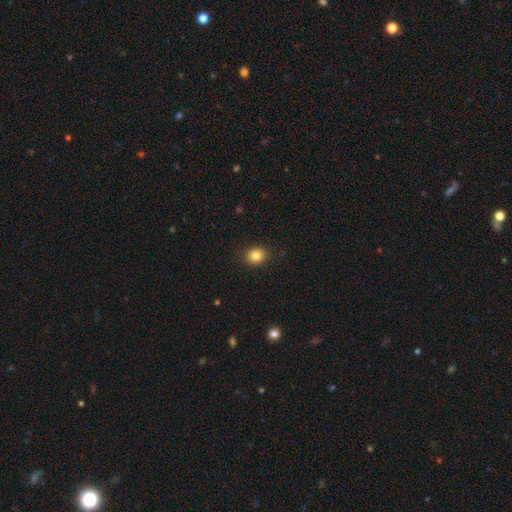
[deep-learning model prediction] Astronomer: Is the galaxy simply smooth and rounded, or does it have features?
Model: smooth — 84%.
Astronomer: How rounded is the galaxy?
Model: round — 64%.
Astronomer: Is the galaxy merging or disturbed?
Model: none — 90%.